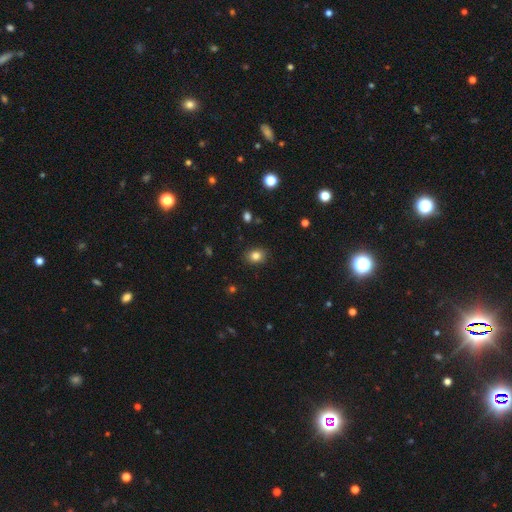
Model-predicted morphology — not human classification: Overall: smooth (83%). How rounded: round (52%; in between 47%). Merging: none (89%).